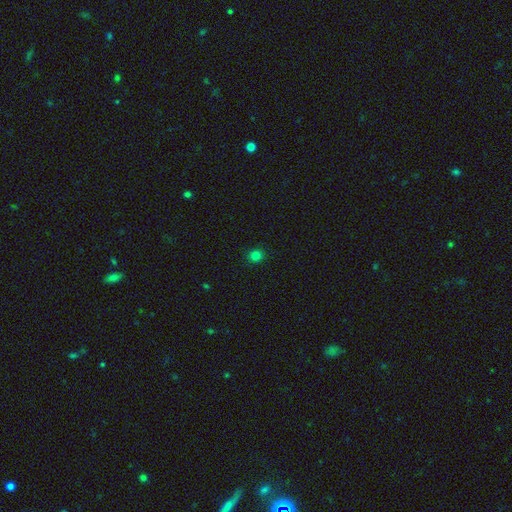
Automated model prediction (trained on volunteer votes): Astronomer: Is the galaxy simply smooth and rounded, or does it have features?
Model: smooth — 80%.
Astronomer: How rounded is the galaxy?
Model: round — 89%.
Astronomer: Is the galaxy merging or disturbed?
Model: none — 92%.